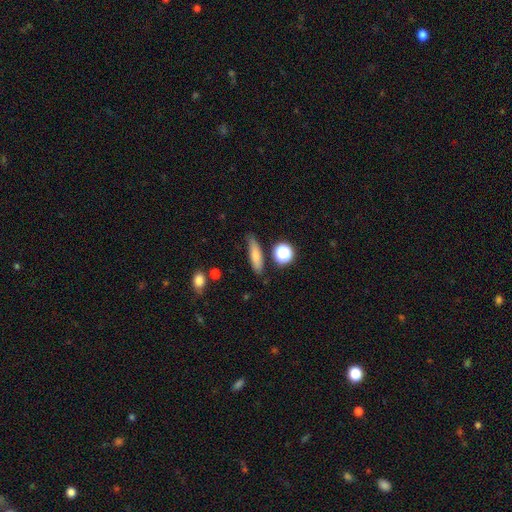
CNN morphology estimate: smooth_or_featured: smooth (p=0.74) [alt: featured or disk p=0.16]
how_rounded: cigar-shaped (p=0.66) [alt: in between p=0.28]
merging: none (p=0.78) [alt: minor disturbance p=0.15]